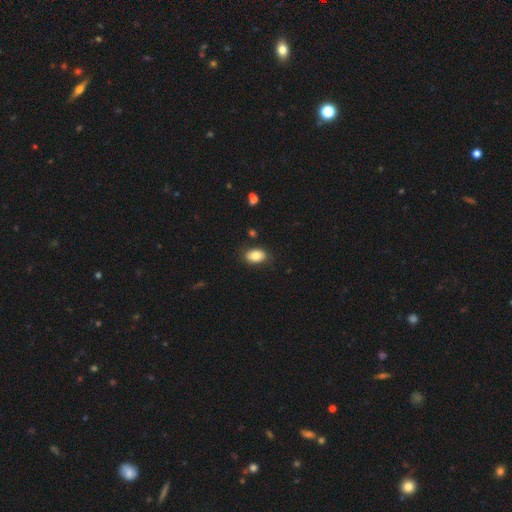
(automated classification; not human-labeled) This appears to be a smooth galaxy with no disk features (82%) that is in between round and cigar-shaped (85%). Merging: none (82%).